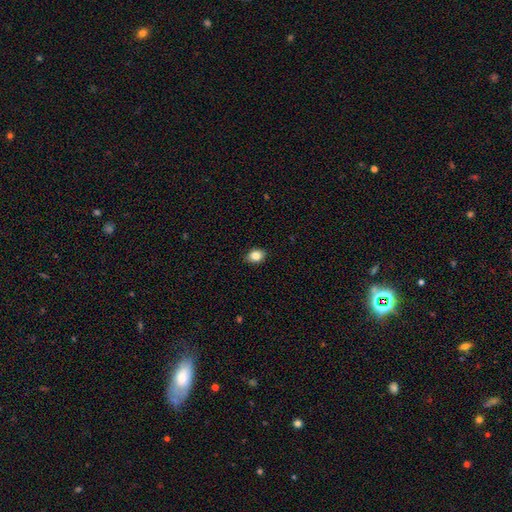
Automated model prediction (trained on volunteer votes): Smooth or featured? Predicted: smooth (p=0.84). How rounded? Predicted: in between (p=0.68). Merging? Predicted: none (p=0.88).